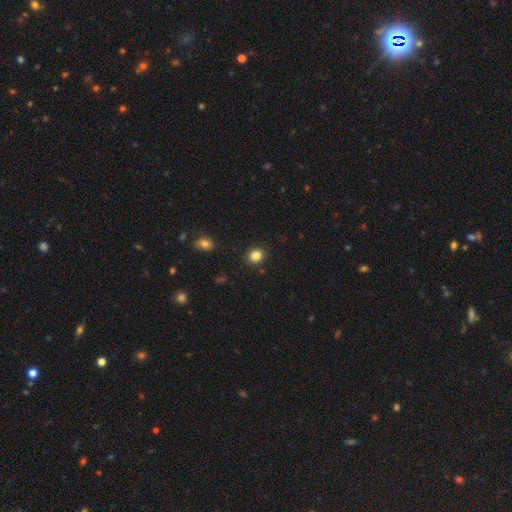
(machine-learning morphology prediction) smooth 85%, star or artifact 11%, featured or disk 4%. Down the decision tree: how rounded — round (79%); merging — none (90%).